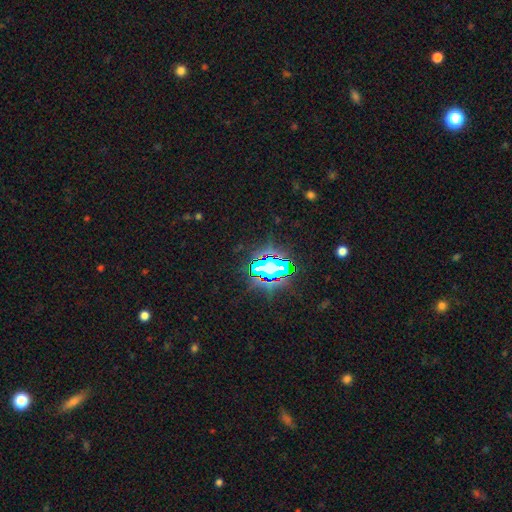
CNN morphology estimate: Overall: star or artifact (79%).